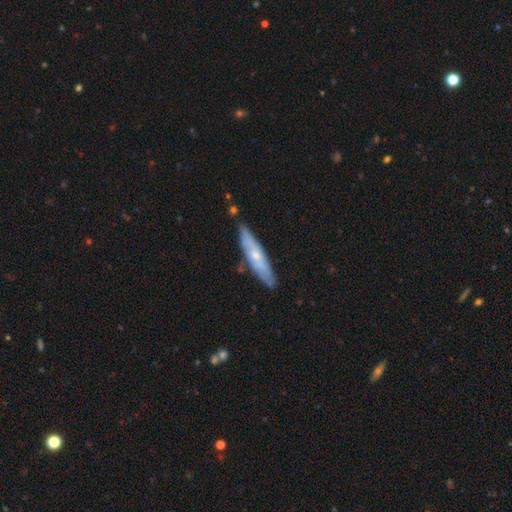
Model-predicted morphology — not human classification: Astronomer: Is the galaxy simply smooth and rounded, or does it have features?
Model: featured or disk — 54% (runner-up: smooth, 40%).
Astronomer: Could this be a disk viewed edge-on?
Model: yes — 64%.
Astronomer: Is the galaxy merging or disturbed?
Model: none — 80%.